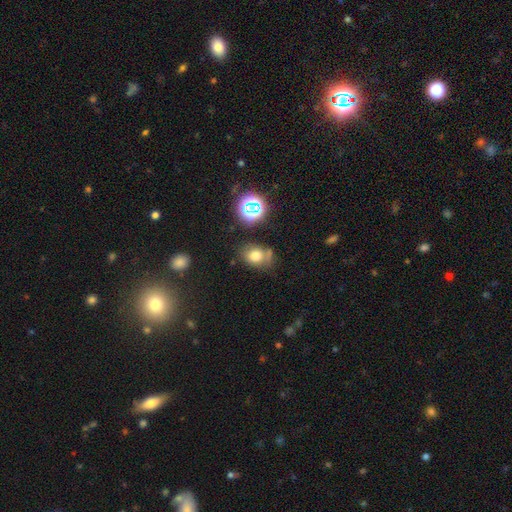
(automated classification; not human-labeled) Smooth or featured? smooth (71%)
How rounded? in between (59%)
Merging? none (60%)